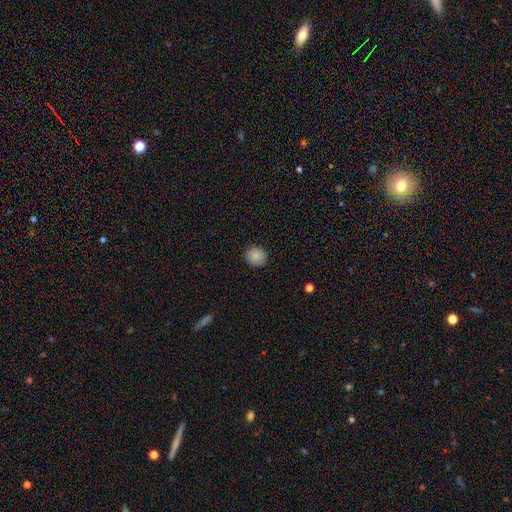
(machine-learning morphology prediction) Overall: smooth (87%). How rounded: round (88%). Merging: none (91%).